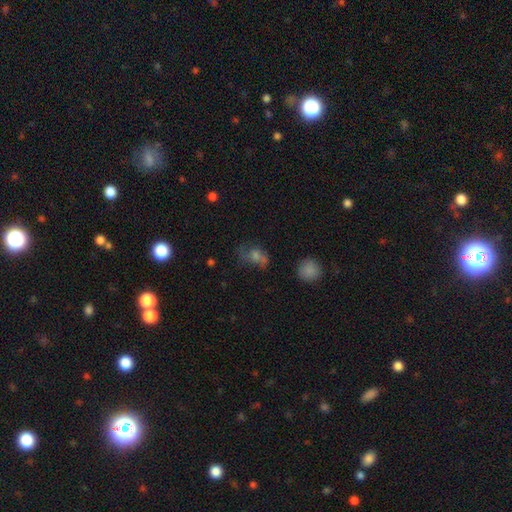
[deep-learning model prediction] Smooth or featured: smooth — 45% (featured or disk — 33%)
Merging: none — 50% (minor disturbance — 22%)